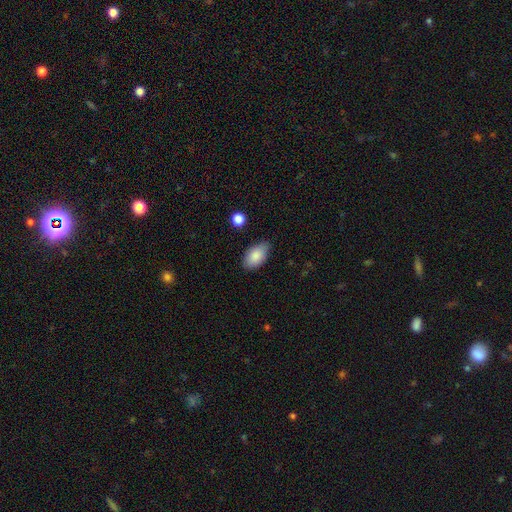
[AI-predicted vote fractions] A smooth galaxy with no disk features (87%) that is in between round and cigar-shaped (94%). Merging: none (79%).